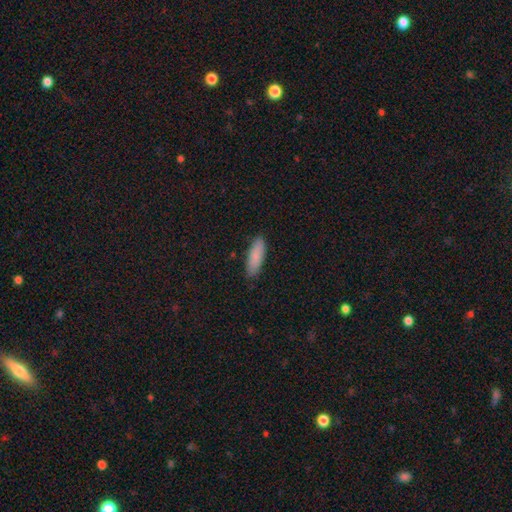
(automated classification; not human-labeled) Smooth or featured? Predicted: smooth (p=0.87). How rounded? Predicted: cigar-shaped (p=0.50). Merging? Predicted: none (p=0.87).